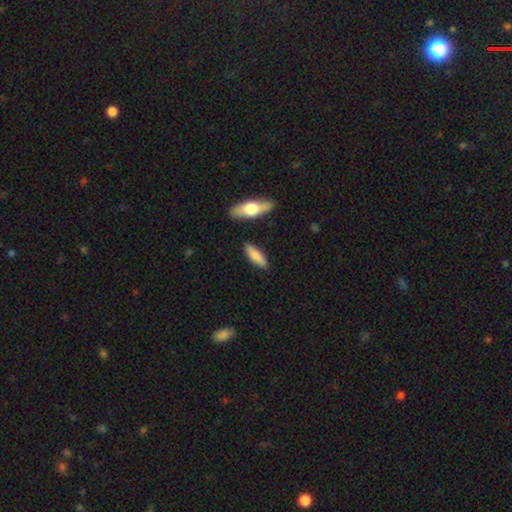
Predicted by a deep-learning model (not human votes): Smooth or featured? Predicted: smooth (p=0.81). How rounded? Predicted: cigar-shaped (p=0.51). Merging? Predicted: none (p=0.84).